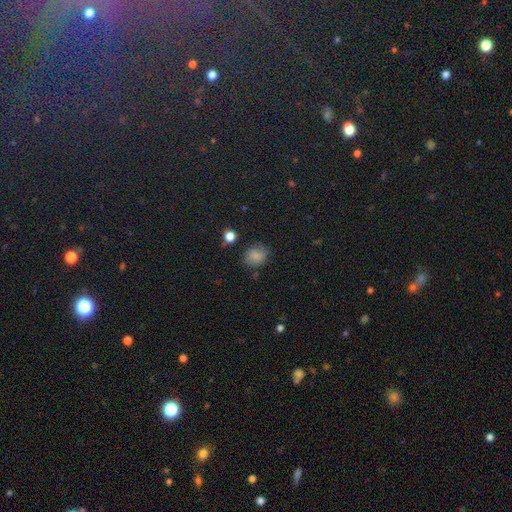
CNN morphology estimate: Smooth or featured: smooth — 82% (star or artifact — 12%)
How rounded: round — 58% (in between — 41%)
Merging: none — 78% (minor disturbance — 16%)